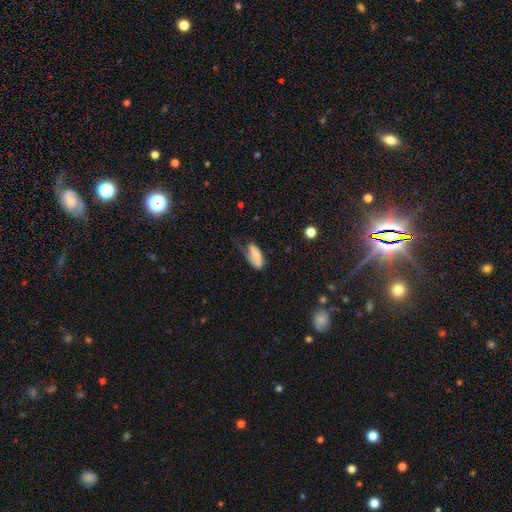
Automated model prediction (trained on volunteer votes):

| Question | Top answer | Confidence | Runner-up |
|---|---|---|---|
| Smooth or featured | smooth | 59% | featured or disk (34%) |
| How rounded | in between | 84% | cigar-shaped (13%) |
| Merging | minor disturbance | 34% | major disturbance (31%) |